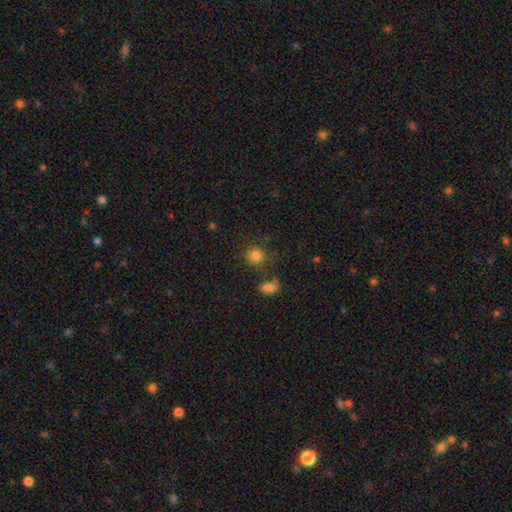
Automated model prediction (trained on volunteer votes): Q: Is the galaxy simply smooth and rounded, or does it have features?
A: smooth — 80%.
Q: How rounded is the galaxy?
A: round — 84%.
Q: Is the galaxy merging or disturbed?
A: none — 72%.